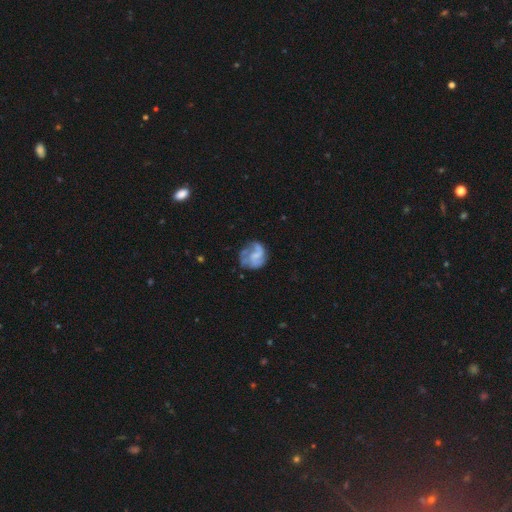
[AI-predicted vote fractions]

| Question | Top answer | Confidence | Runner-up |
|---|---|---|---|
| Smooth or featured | featured or disk | 61% | smooth (31%) |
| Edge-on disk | no | 98% | yes (2%) |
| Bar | no | 61% | weak (32%) |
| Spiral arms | yes | 69% | no (31%) |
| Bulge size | none | 51% | small (27%) |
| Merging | none | 48% | major disturbance (25%) |